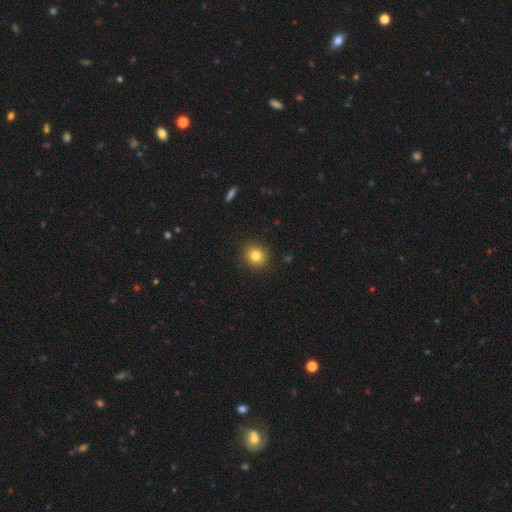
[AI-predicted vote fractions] Smooth or featured: smooth — 81% (star or artifact — 12%)
How rounded: round — 82% (in between — 17%)
Merging: none — 90% (minor disturbance — 7%)